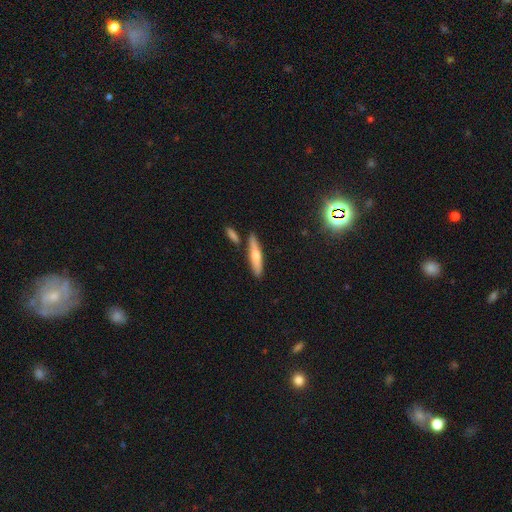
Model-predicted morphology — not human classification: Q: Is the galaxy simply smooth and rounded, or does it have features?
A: smooth — 59%.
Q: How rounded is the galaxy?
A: cigar-shaped — 83%.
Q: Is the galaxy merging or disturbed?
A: none — 79%.